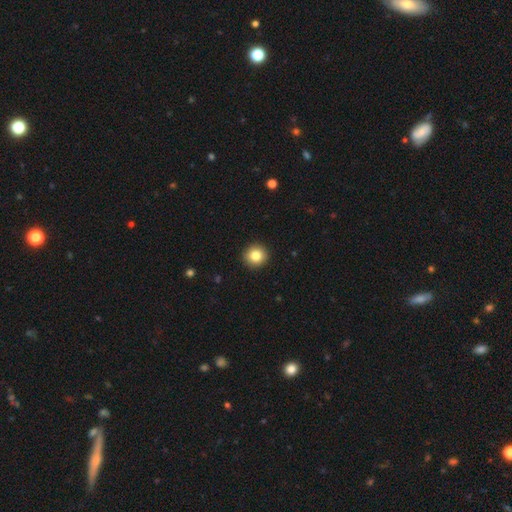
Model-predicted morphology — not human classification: smooth 83%, star or artifact 10%, featured or disk 7%. Down the decision tree: how rounded — round (93%); merging — none (93%).